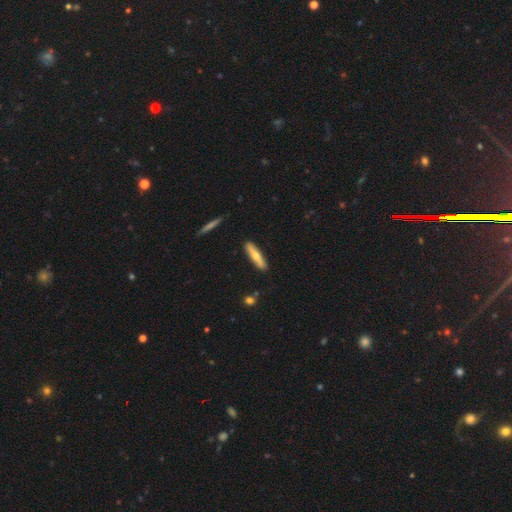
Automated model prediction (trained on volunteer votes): The model was most divided on "smooth or featured": smooth: 50%, featured or disk: 45%, star or artifact: 6%. More confident: merging — none (88%).